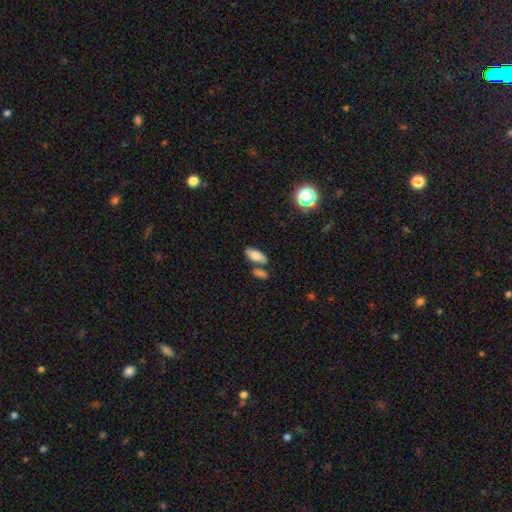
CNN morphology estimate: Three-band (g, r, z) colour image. It shows a smooth galaxy with no disk features (81%) that is in between round and cigar-shaped (86%). Merging: none (58%).